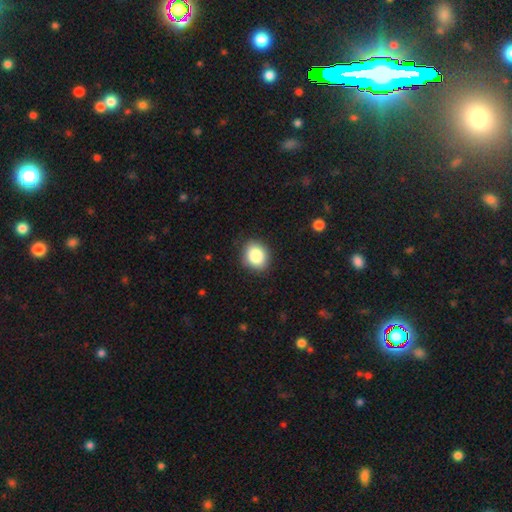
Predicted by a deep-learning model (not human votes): Smooth or featured: smooth — 86% (star or artifact — 8%)
How rounded: round — 58% (in between — 41%)
Merging: none — 86% (minor disturbance — 10%)